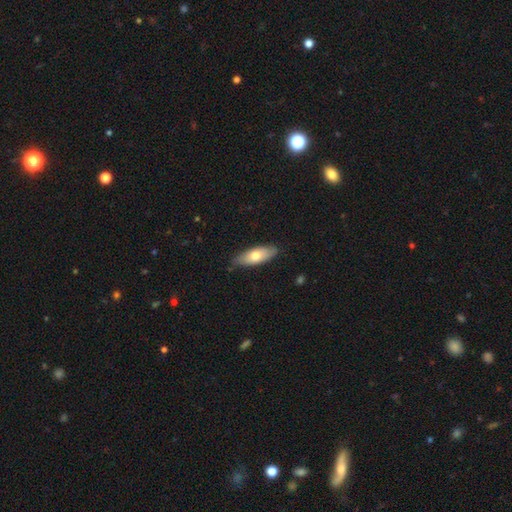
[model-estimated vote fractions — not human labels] This is likely a smooth galaxy (67%). How rounded: likely in between (72%). Merging: clearly none (81%).